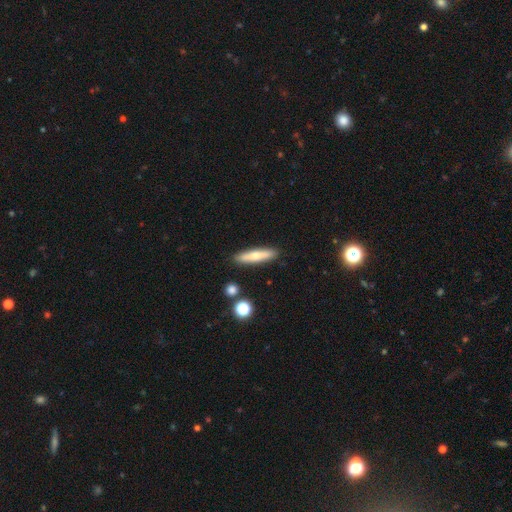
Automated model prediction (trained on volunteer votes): smooth-or-featured: smooth: 62% | featured or disk: 31% | star or artifact: 6%
  how-rounded: cigar-shaped: 84% | in between: 14% | round: 2%
  merging: none: 89% | minor disturbance: 7% | merger: 2% | major disturbance: 2%